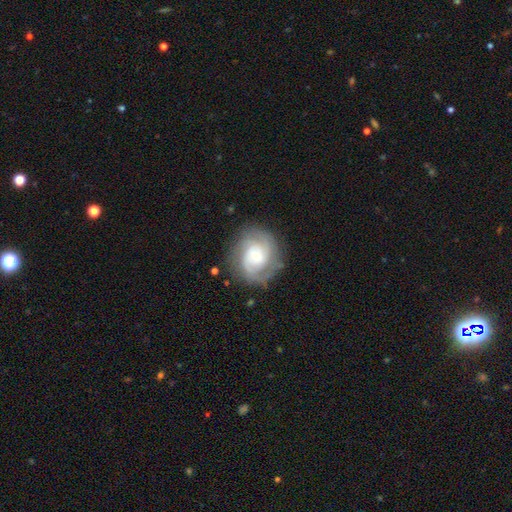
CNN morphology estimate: Smooth or featured?
  - featured or disk: 77% *
  - smooth: 16%
  - star or artifact: 6%
Edge-on disk?
  - no: 98% *
  - yes: 2%
Bar?
  - no: 61% *
  - weak: 32%
  - strong: 7%
Spiral arms?
  - yes: 95% *
  - no: 5%
Spiral winding?
  - tight: 56% *
  - medium: 35%
  - loose: 9%
Spiral arm count?
  - 2: 45% *
  - can't tell: 20%
  - 3: 20%
  - 4: 5%
  - 1: 5%
  - more than 4: 4%
Bulge size?
  - small: 50% *
  - moderate: 27%
  - large: 14%
  - none: 6%
  - dominant: 3%
Merging?
  - none: 77% *
  - minor disturbance: 14%
  - major disturbance: 7%
  - merger: 1%